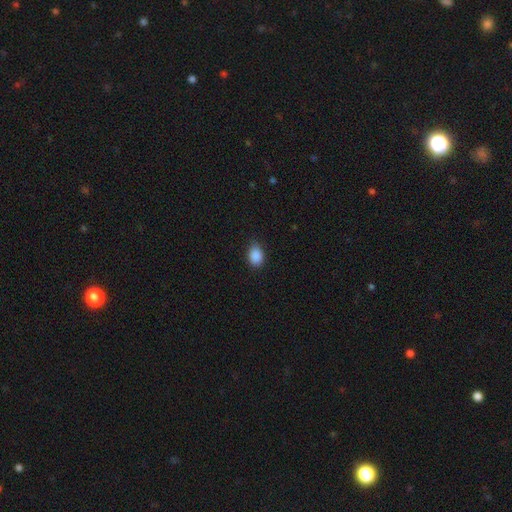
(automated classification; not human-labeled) Smooth or featured? smooth (88%)
How rounded? in between (69%)
Merging? none (77%)